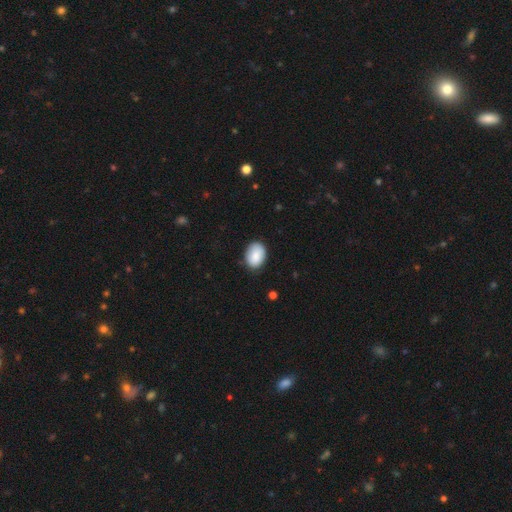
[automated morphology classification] Smooth or featured? smooth (87%)
How rounded? in between (76%)
Merging? none (79%)